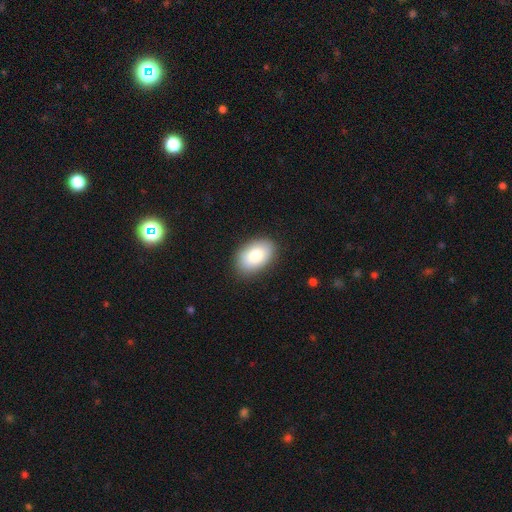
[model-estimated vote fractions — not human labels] smooth_or_featured: smooth (p=0.81) [alt: featured or disk p=0.12]
how_rounded: in between (p=0.90) [alt: round p=0.09]
merging: none (p=0.87) [alt: minor disturbance p=0.10]